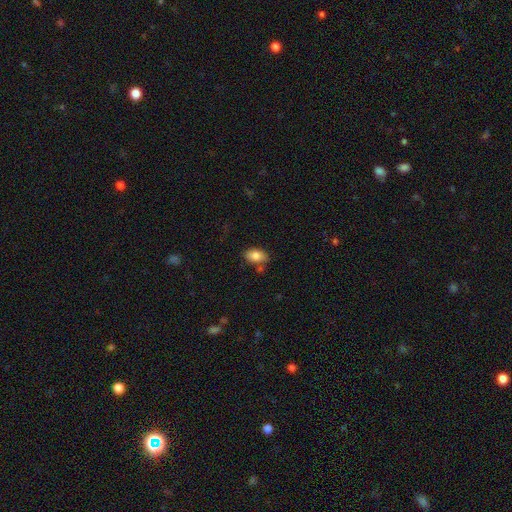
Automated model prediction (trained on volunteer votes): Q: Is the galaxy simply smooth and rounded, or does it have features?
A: smooth — 82%.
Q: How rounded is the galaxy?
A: in between — 90%.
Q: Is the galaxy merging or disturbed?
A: none — 71%.